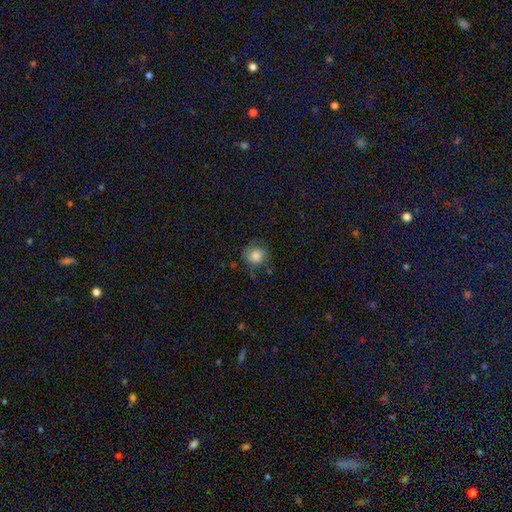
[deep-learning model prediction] smooth_or_featured: smooth (p=0.80) [alt: featured or disk p=0.11]
how_rounded: round (p=0.84) [alt: in between p=0.15]
merging: none (p=0.65) [alt: minor disturbance p=0.24]